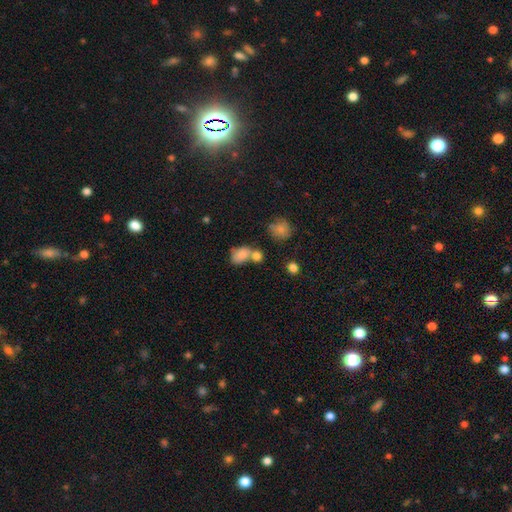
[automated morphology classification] smooth 79%, star or artifact 11%, featured or disk 10%. Down the decision tree: how rounded — in between (67%); merging — merger (47%).